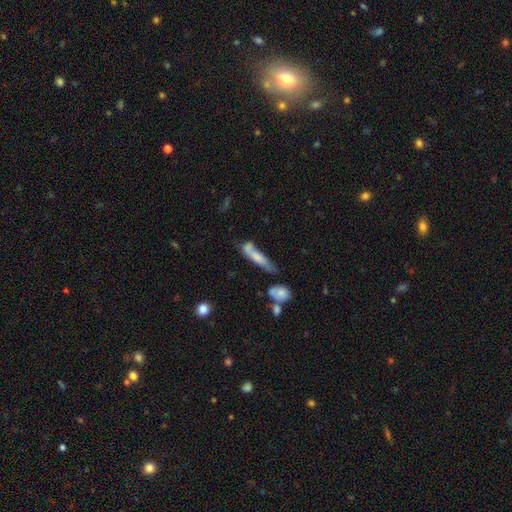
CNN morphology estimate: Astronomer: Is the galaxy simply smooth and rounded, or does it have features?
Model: smooth — 62%.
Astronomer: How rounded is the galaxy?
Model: cigar-shaped — 75%.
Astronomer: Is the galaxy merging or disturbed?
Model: none — 33% (runner-up: merger, 27%).